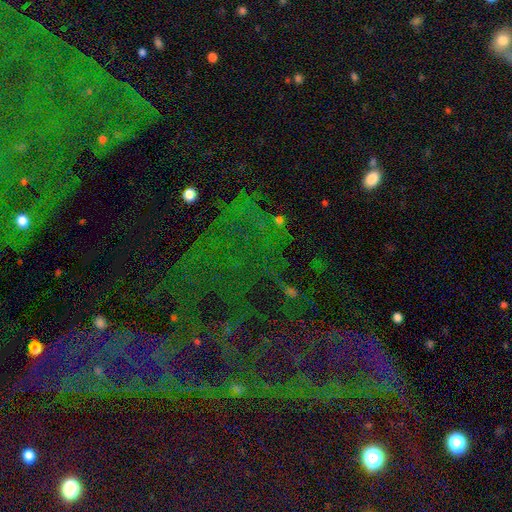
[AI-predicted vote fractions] Morphology: type=star or artifact (78%).